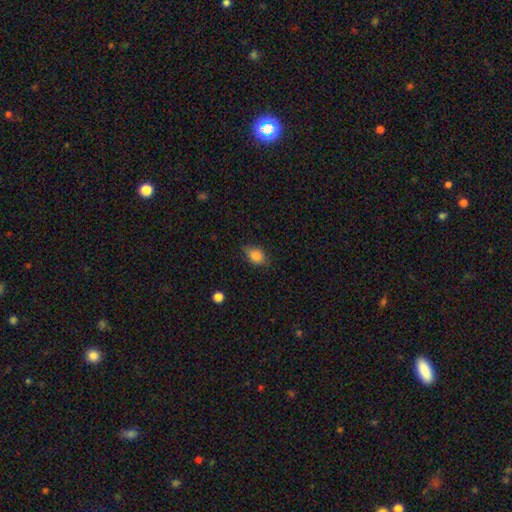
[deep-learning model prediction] This appears to be a smooth galaxy with no disk features (85%) that is in between round and cigar-shaped (75%). Merging: none (73%).